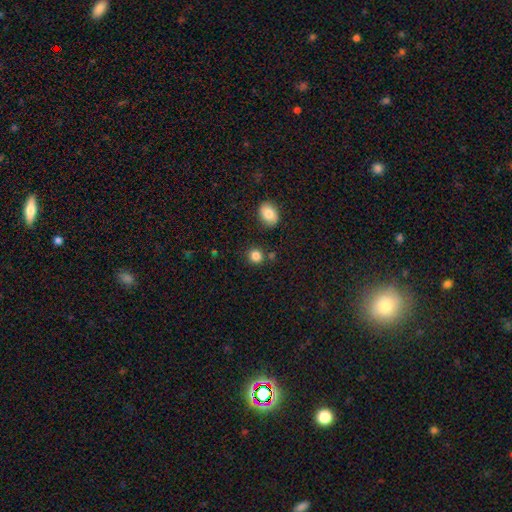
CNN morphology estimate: Smooth or featured? smooth (84%)
How rounded? round (86%)
Merging? none (84%)